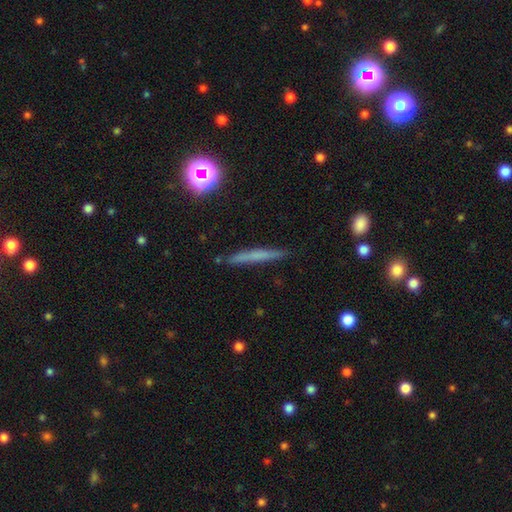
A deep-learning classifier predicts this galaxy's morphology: The model was most divided on "smooth or featured": smooth: 51%, featured or disk: 36%, star or artifact: 13%. More confident: how rounded — cigar-shaped (93%); merging — none (87%).